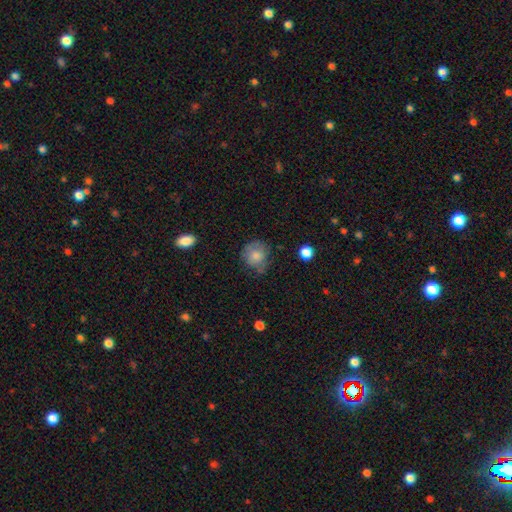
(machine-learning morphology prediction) The model was most divided on "merging": none: 58%, minor disturbance: 28%, major disturbance: 11%, merger: 3%. More confident: how rounded — round (82%); smooth or featured — smooth (74%).